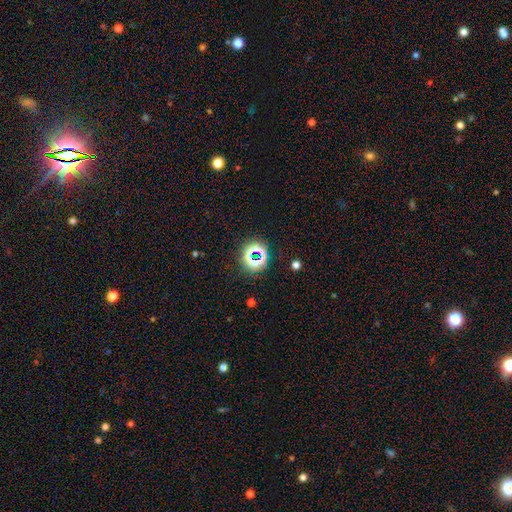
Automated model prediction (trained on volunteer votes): This appears to be a star or artifact, not a galaxy (65%).